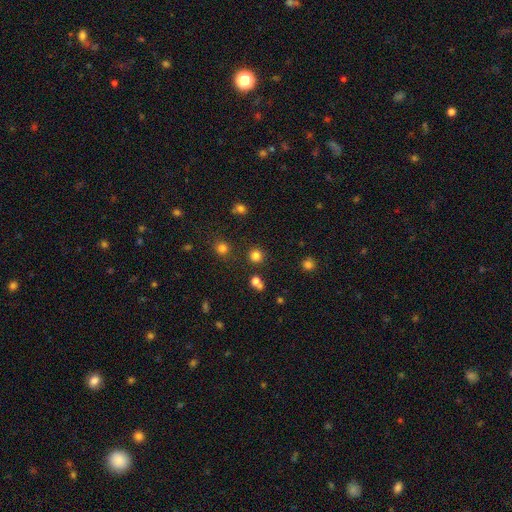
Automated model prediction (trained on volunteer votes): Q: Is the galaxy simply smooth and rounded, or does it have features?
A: smooth — 79%.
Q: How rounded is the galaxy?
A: round — 93%.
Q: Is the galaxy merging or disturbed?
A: none — 83%.